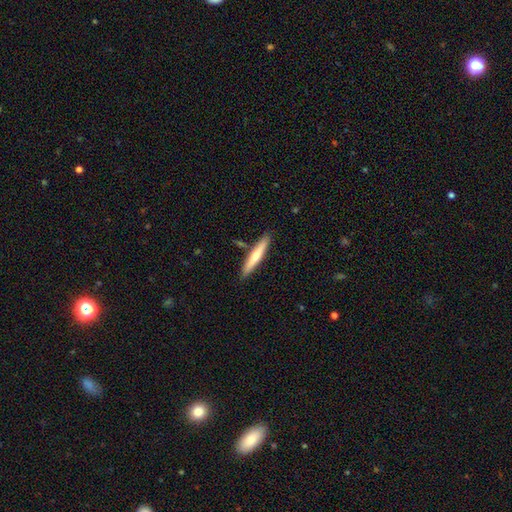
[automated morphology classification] This is possibly a smooth galaxy (53%). How rounded: clearly cigar-shaped (92%). Merging: clearly none (84%).